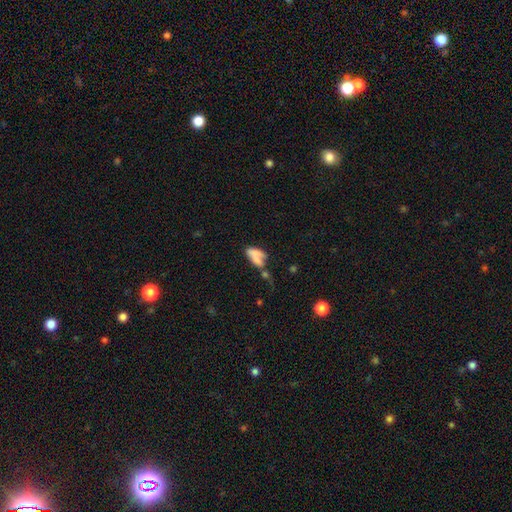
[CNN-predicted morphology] The model was most divided on "merging": merger: 40%, none: 24%, major disturbance: 18%, minor disturbance: 18%. More confident: how rounded — in between (83%); smooth or featured — smooth (61%).